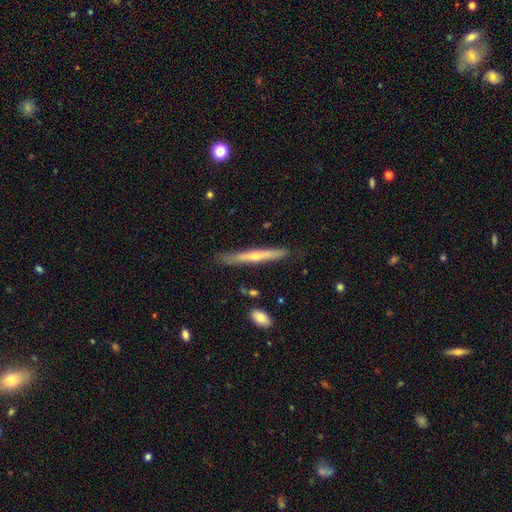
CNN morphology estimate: Smooth or featured? featured or disk (62%)
Edge-on disk? yes (95%)
Edge-on bulge? rounded (72%)
Merging? none (85%)